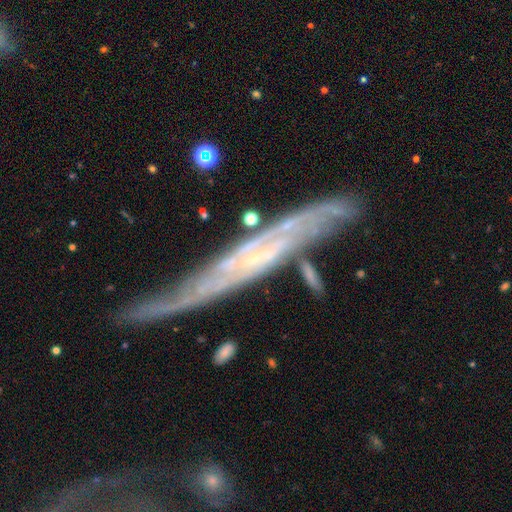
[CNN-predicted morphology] This appears to be a featured or disk galaxy (84%) viewed edge-on (51%). Merging: none (63%).